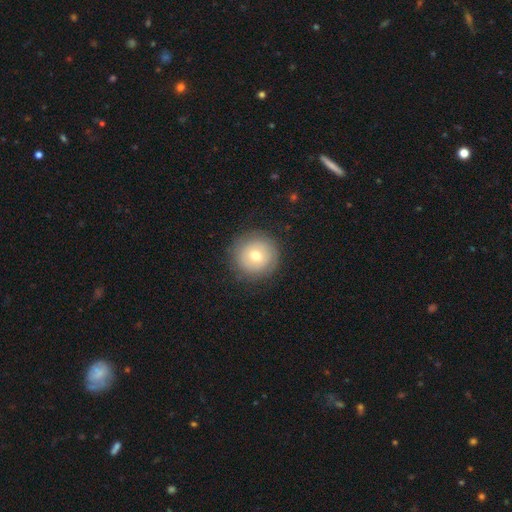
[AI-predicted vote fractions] Smooth or featured: smooth — 63% (featured or disk — 27%)
How rounded: round — 95% (in between — 4%)
Merging: none — 85% (minor disturbance — 10%)